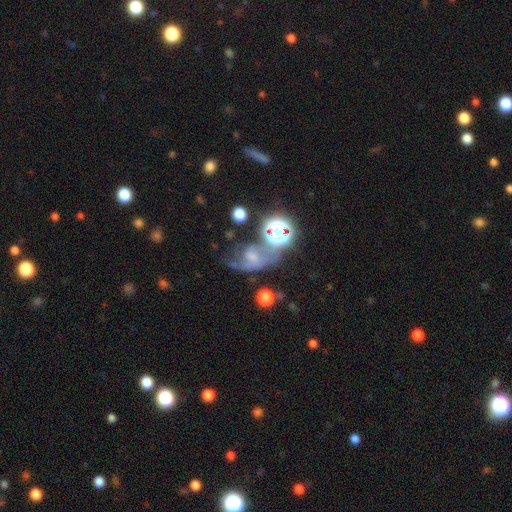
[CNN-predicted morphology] Overall: featured or disk (40%; star or artifact 31%). Merging: none (38%; major disturbance 24%).